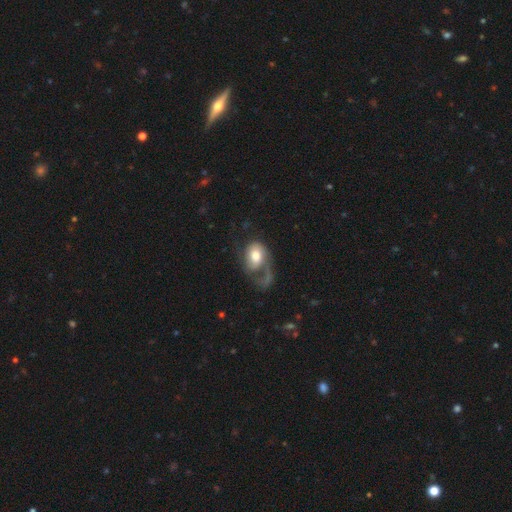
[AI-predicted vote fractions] A featured or disk galaxy (51%).

Vote fractions:
- Smooth or featured? featured or disk: 51% / smooth: 42% / star or artifact: 7%
- Edge-on disk? no: 96% / yes: 4%
- Merging? major disturbance: 55% / none: 24% / minor disturbance: 17% / merger: 4%